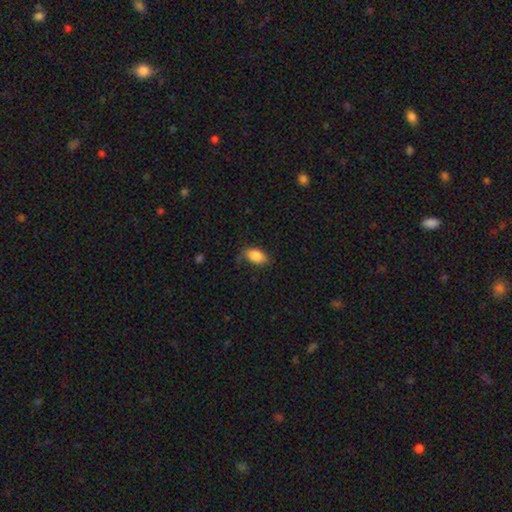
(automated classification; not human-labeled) Smooth or featured? smooth (87%)
How rounded? in between (92%)
Merging? none (69%)